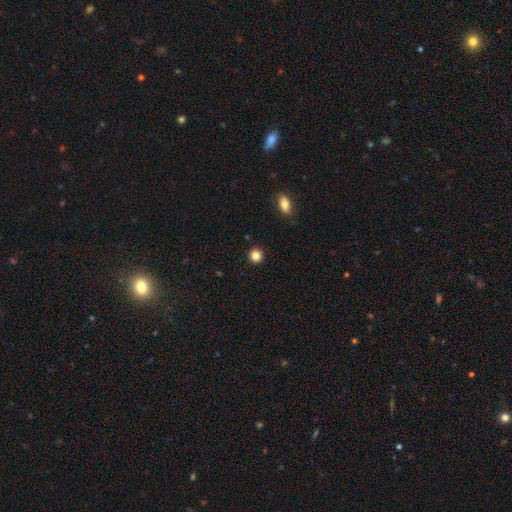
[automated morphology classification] A smooth galaxy with no disk features (84%) that is round (93%).

Vote fractions:
- Smooth or featured? smooth: 84% / star or artifact: 11% / featured or disk: 5%
- How rounded? round: 93% / in between: 6% / cigar-shaped: 1%
- Merging? none: 92% / minor disturbance: 5% / major disturbance: 2% / merger: 1%